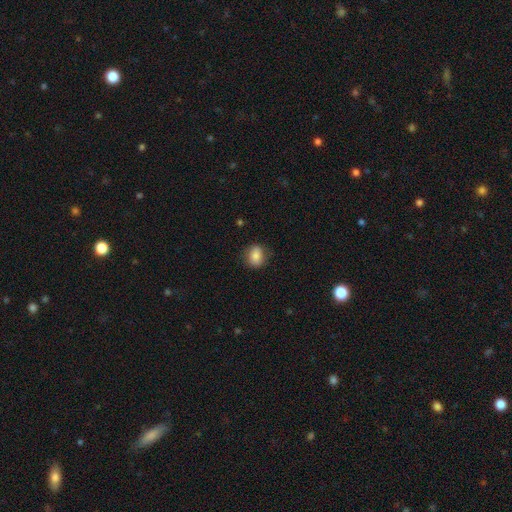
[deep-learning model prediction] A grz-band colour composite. It shows a smooth galaxy with no disk features (82%) that is round (53%). Merging: none (81%).